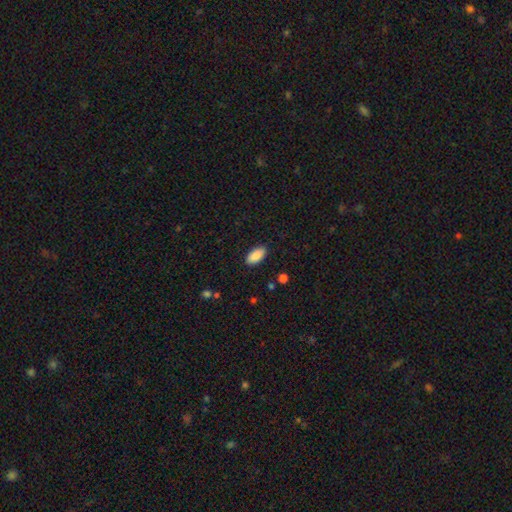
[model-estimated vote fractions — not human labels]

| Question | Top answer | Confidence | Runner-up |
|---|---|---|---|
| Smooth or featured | smooth | 89% | star or artifact (7%) |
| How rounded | in between | 93% | cigar-shaped (5%) |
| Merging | none | 88% | minor disturbance (8%) |